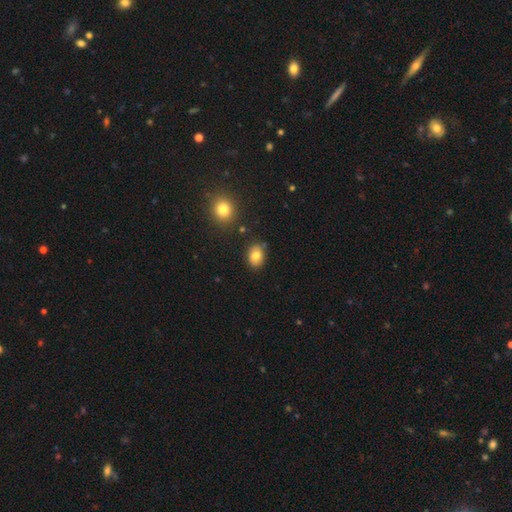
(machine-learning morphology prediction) The model was most divided on "how rounded": in between: 66%, round: 32%, cigar-shaped: 1%. More confident: smooth or featured — smooth (81%); merging — none (81%).